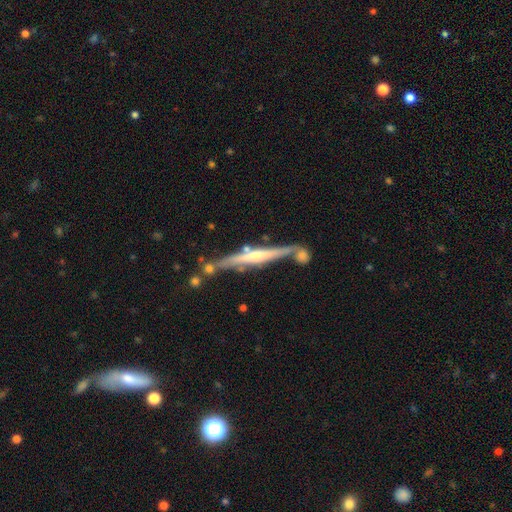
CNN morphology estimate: Overall: featured or disk (83%). Edge-on disk: yes (97%). Edge-on bulge: rounded (67%). Merging: none (70%).